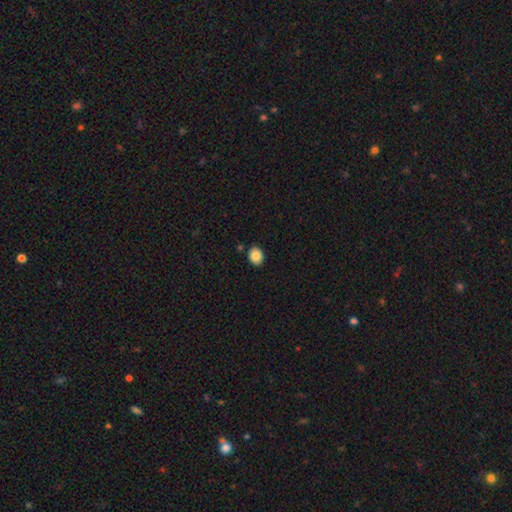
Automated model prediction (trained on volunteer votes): Q: Smooth or featured?
A: smooth (87%); runner-up: star or artifact (9%)
Q: How rounded?
A: in between (52%); runner-up: round (47%)
Q: Merging?
A: none (87%); runner-up: minor disturbance (8%)